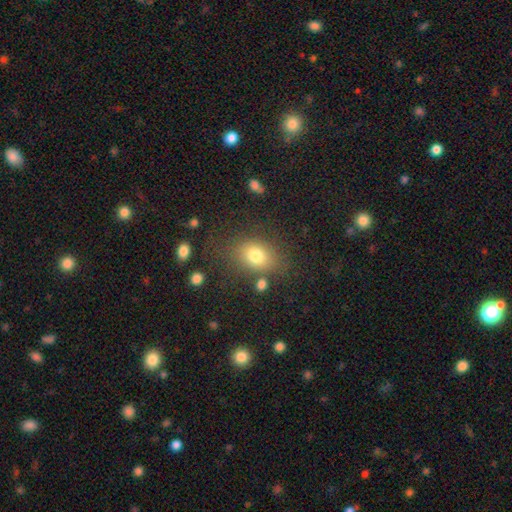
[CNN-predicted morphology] smooth_or_featured: smooth (p=0.78) [alt: star or artifact p=0.12]
how_rounded: in between (p=0.67) [alt: round p=0.31]
merging: none (p=0.72) [alt: minor disturbance p=0.15]